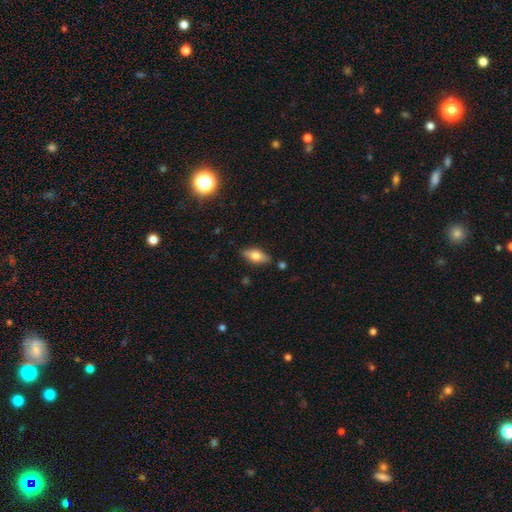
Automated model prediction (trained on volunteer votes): Smooth or featured?
  - smooth: 62% *
  - featured or disk: 31%
  - star or artifact: 8%
How rounded?
  - in between: 79% *
  - cigar-shaped: 17%
  - round: 4%
Merging?
  - none: 84% *
  - minor disturbance: 12%
  - major disturbance: 2%
  - merger: 2%